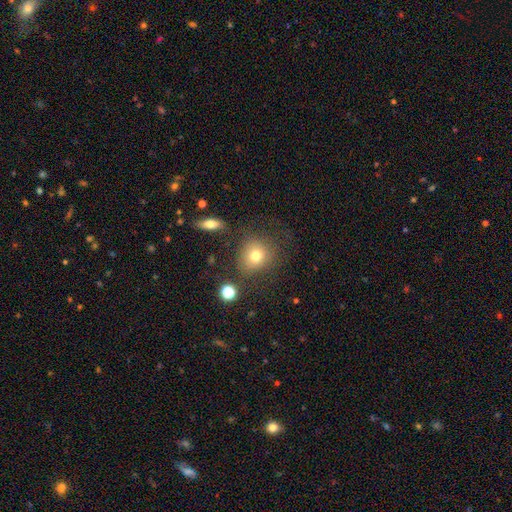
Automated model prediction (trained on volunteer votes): smooth 75%, star or artifact 13%, featured or disk 12%. Down the decision tree: how rounded — round (77%); merging — none (71%).